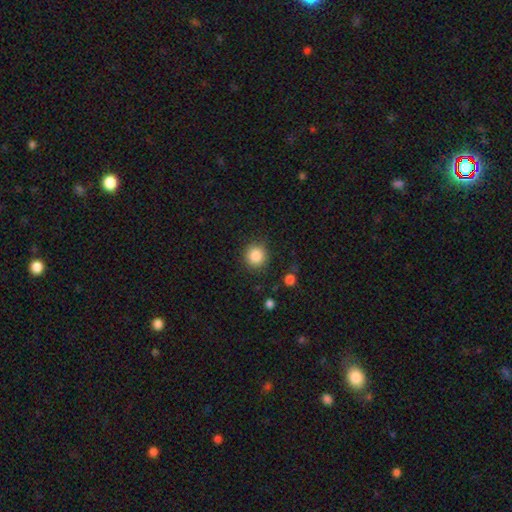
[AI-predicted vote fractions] Smooth or featured? smooth (86%)
How rounded? round (92%)
Merging? none (87%)